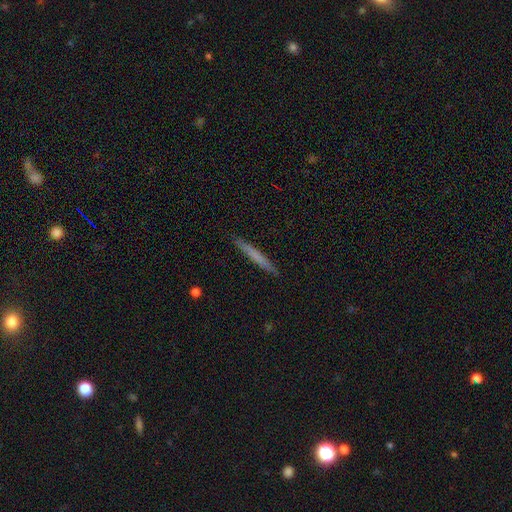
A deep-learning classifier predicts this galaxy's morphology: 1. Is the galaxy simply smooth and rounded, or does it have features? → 63% smooth, 31% featured or disk, 6% star or artifact.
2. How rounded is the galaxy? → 97% cigar-shaped, 2% in between, 1% round.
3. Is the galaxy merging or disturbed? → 91% none, 6% minor disturbance, 1% major disturbance, 1% merger.